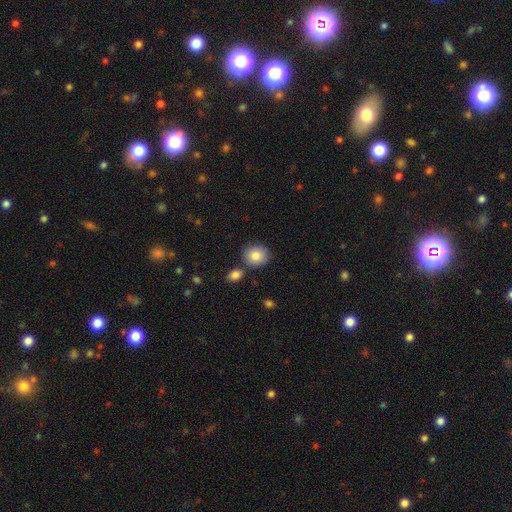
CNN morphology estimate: This is clearly a smooth galaxy (84%). How rounded: likely round (76%). Merging: likely none (77%).